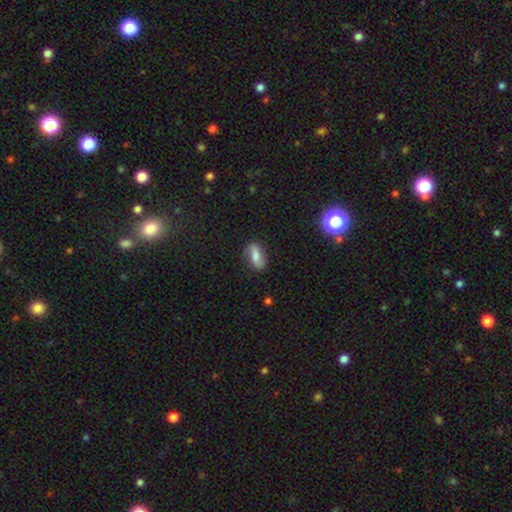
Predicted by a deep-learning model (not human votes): smooth_or_featured: smooth (p=0.65) [alt: featured or disk p=0.25]
how_rounded: in between (p=0.75) [alt: cigar-shaped p=0.19]
merging: none (p=0.80) [alt: minor disturbance p=0.15]